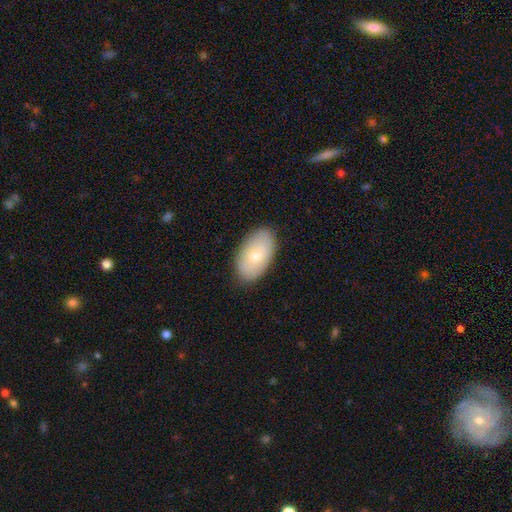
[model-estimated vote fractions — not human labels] smooth_or_featured: smooth (p=0.75) [alt: featured or disk p=0.20]
how_rounded: in between (p=0.95) [alt: round p=0.04]
merging: none (p=0.86) [alt: minor disturbance p=0.11]